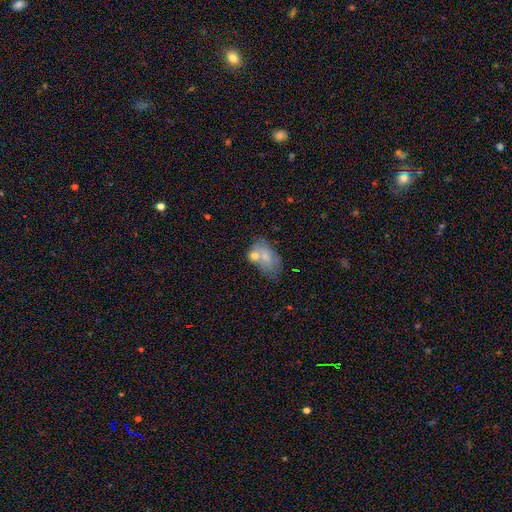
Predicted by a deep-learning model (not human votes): Smooth or featured? Predicted: smooth (p=0.64). How rounded? Predicted: in between (p=0.85). Merging? Predicted: none (p=0.36).